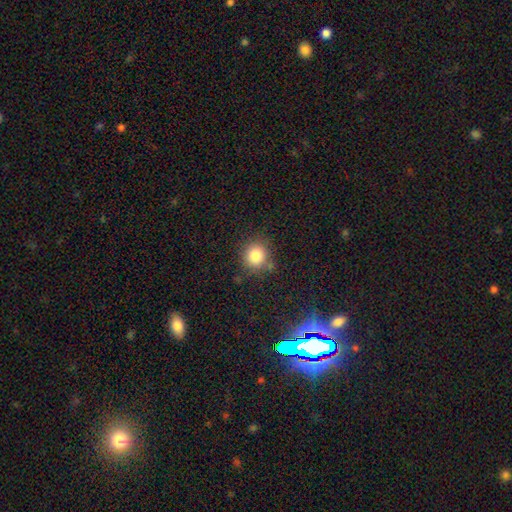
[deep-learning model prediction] Overall: smooth (82%). How rounded: round (89%). Merging: none (80%).